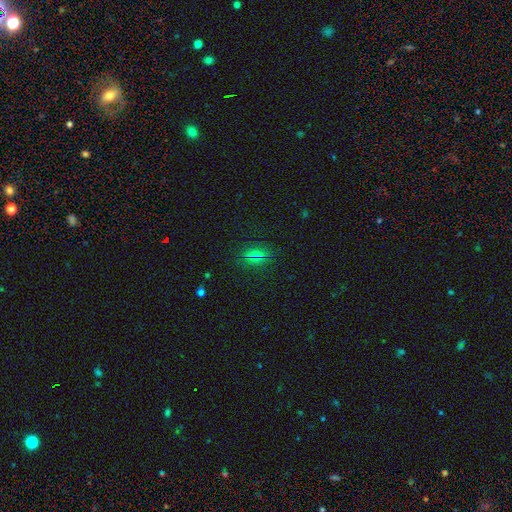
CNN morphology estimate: Overall: smooth (61%; star or artifact 29%). How rounded: in between (62%; round 31%). Merging: none (85%).